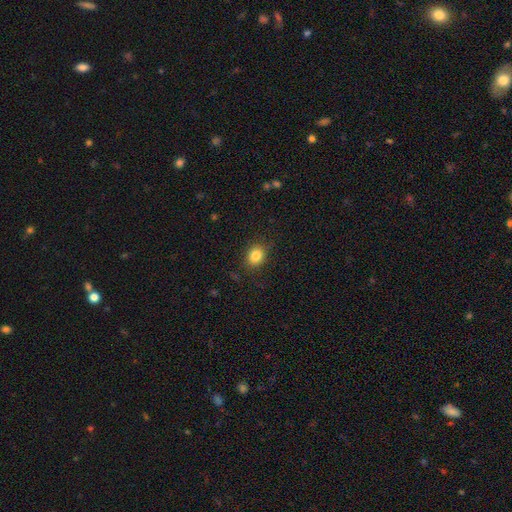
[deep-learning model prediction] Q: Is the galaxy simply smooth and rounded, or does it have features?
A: smooth — 84%.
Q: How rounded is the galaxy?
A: round — 51%.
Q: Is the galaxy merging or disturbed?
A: none — 83%.